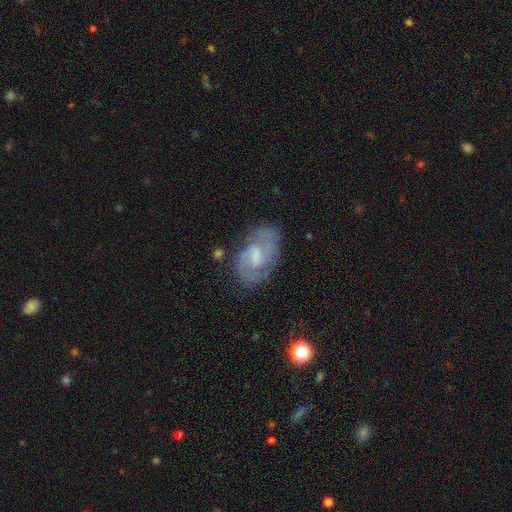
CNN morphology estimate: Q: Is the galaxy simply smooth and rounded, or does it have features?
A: featured or disk — 80%.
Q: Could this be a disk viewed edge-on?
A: no — 97%.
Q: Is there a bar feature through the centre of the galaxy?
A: weak — 58%.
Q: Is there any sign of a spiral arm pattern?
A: yes — 94%.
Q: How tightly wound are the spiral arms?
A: medium — 51%.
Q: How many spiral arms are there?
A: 2 — 81%.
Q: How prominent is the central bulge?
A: small — 39%.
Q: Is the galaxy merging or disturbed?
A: none — 73%.